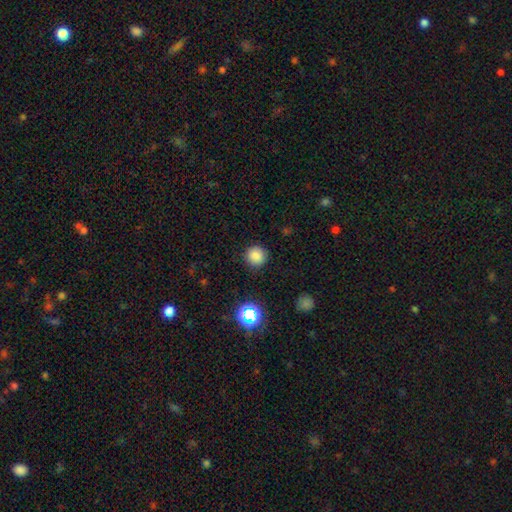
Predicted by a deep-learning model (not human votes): A smooth galaxy with no disk features (82%) that is round (94%). Merging: none (89%).